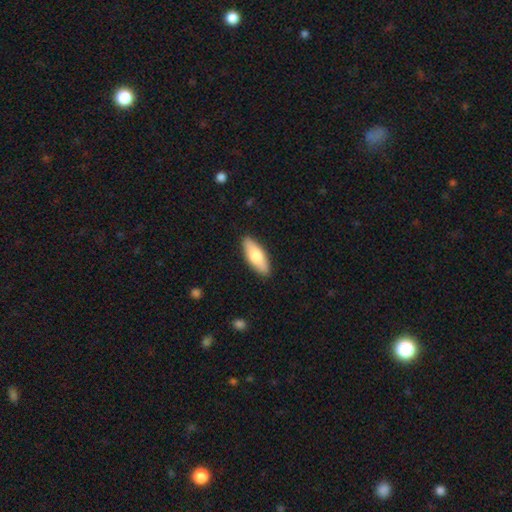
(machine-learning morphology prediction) This appears to be a smooth galaxy with no disk features (71%) that is in between round and cigar-shaped (71%). Merging: none (89%).